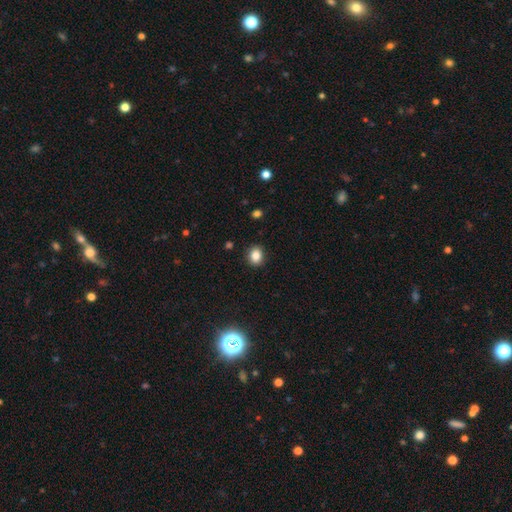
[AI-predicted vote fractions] This is clearly a smooth galaxy (84%). How rounded: possibly round (58%). Merging: clearly none (89%).